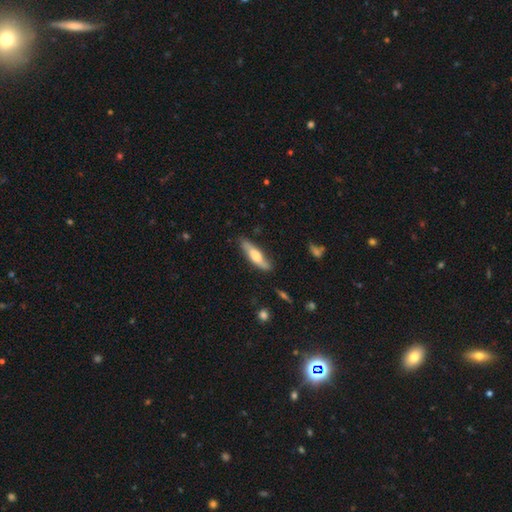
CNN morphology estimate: Smooth or featured?
  - smooth: 51% *
  - featured or disk: 43%
  - star or artifact: 6%
How rounded?
  - cigar-shaped: 68% *
  - in between: 30%
  - round: 2%
Merging?
  - none: 79% *
  - minor disturbance: 16%
  - major disturbance: 3%
  - merger: 2%